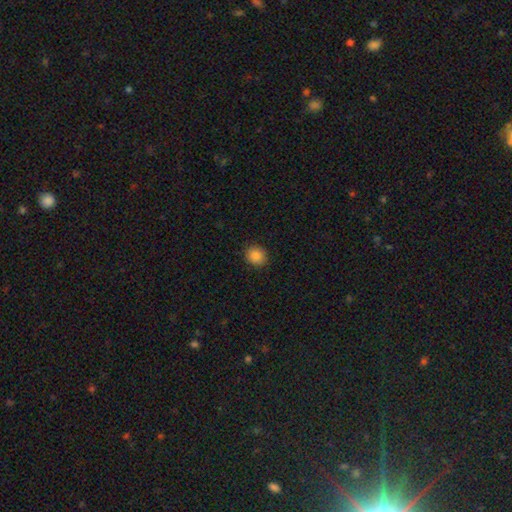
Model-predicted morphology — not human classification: A smooth galaxy with no disk features (86%) that is round (78%).

Vote fractions:
- Smooth or featured? smooth: 86% / star or artifact: 10% / featured or disk: 5%
- How rounded? round: 78% / in between: 21% / cigar-shaped: 1%
- Merging? none: 90% / minor disturbance: 7% / major disturbance: 2% / merger: 1%